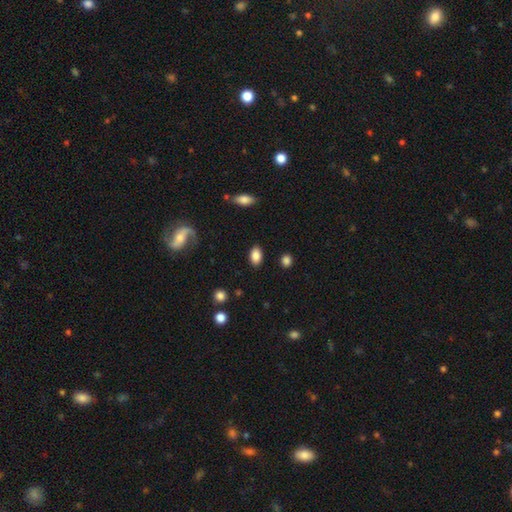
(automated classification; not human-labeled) Overall: smooth (85%). How rounded: in between (89%). Merging: none (86%).